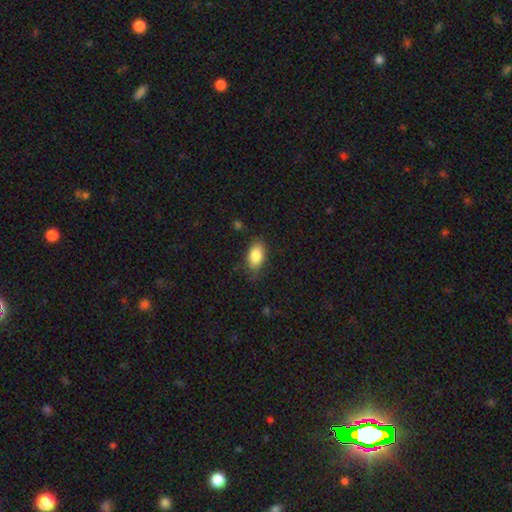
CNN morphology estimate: smooth-or-featured: smooth: 84% | featured or disk: 8% | star or artifact: 7%
  how-rounded: in between: 90% | round: 7% | cigar-shaped: 3%
  merging: none: 77% | minor disturbance: 18% | major disturbance: 4% | merger: 1%